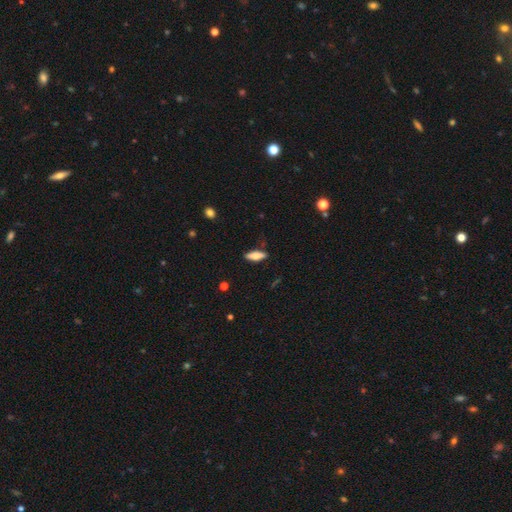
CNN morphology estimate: A smooth galaxy with no disk features (69%) that is in between round and cigar-shaped (54%).

Vote fractions:
- Smooth or featured? smooth: 69% / featured or disk: 24% / star or artifact: 7%
- How rounded? in between: 54% / cigar-shaped: 44% / round: 2%
- Merging? none: 81% / minor disturbance: 15% / major disturbance: 3% / merger: 2%